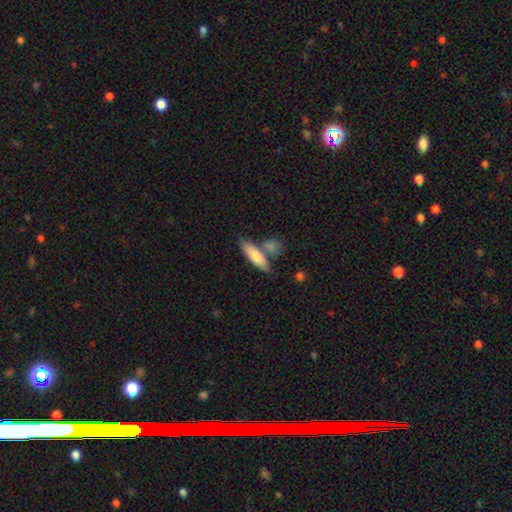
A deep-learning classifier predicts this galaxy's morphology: Smooth or featured?
  - smooth: 77% *
  - featured or disk: 18%
  - star or artifact: 5%
How rounded?
  - cigar-shaped: 55% *
  - in between: 42%
  - round: 3%
Merging?
  - none: 63% *
  - merger: 22%
  - minor disturbance: 12%
  - major disturbance: 3%